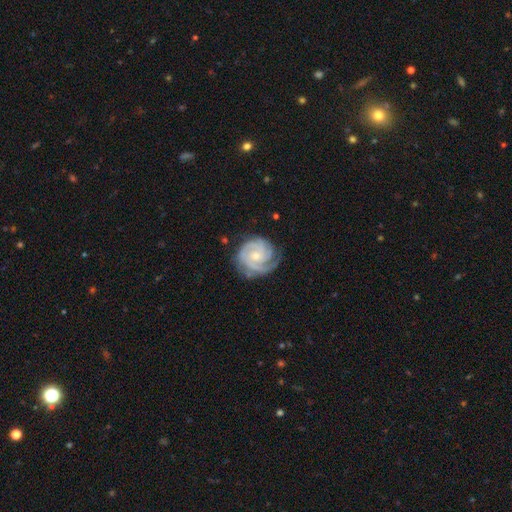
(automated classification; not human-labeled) Smooth or featured? Predicted: featured or disk (p=0.91). Edge-on disk? Predicted: no (p=0.98). Bar? Predicted: no (p=0.72). Spiral arms? Predicted: yes (p=0.98). Spiral winding? Predicted: tight (p=0.75). Spiral arm count? Predicted: 3 (p=0.53). Bulge size? Predicted: small (p=0.63). Merging? Predicted: none (p=0.77).